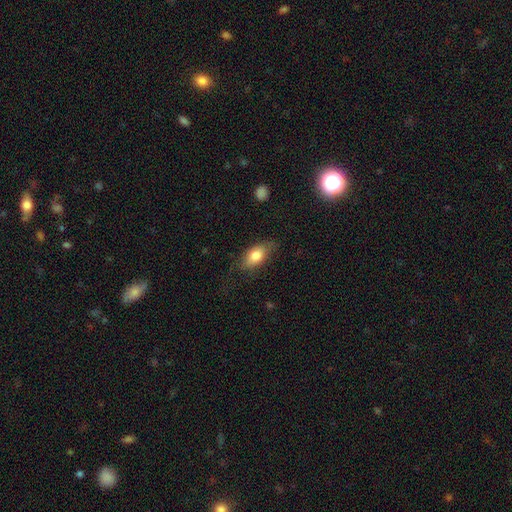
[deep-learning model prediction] This appears to be a smooth galaxy with no disk features (76%) that is in between round and cigar-shaped (86%). Merging: none (68%).